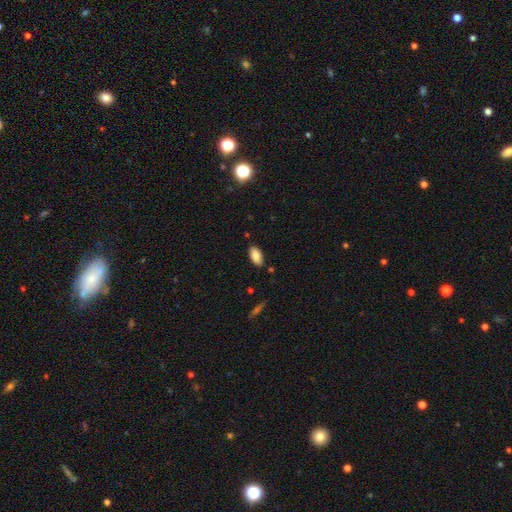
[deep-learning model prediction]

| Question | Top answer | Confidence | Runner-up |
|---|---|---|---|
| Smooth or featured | smooth | 86% | star or artifact (7%) |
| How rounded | in between | 93% | cigar-shaped (5%) |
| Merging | none | 84% | minor disturbance (11%) |